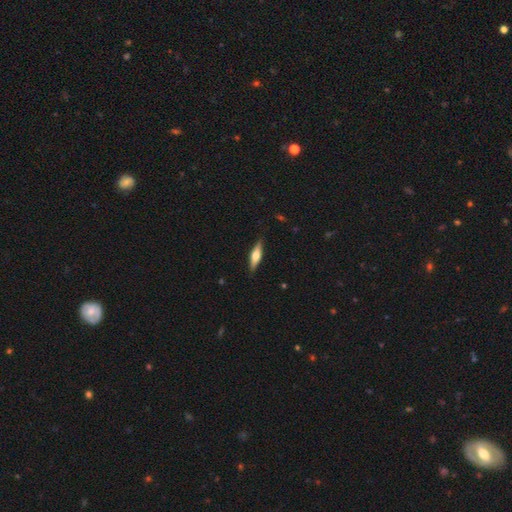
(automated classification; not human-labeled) Q: Smooth or featured?
A: featured or disk (52%); runner-up: smooth (43%)
Q: Edge-on disk?
A: yes (93%); runner-up: no (7%)
Q: Merging?
A: none (88%); runner-up: minor disturbance (9%)